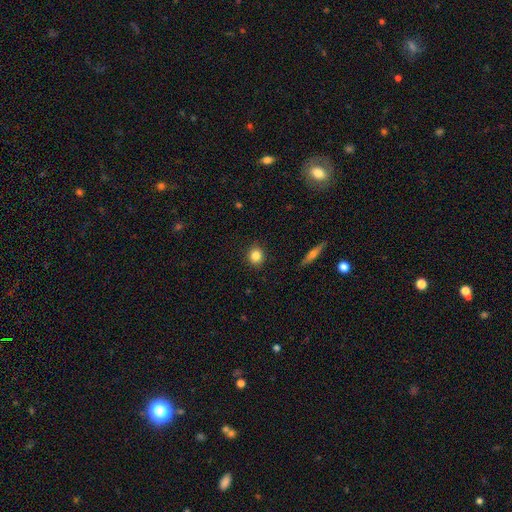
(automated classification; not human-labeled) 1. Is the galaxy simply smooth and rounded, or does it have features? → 84% smooth, 10% star or artifact, 6% featured or disk.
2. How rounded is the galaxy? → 84% round, 15% in between, 1% cigar-shaped.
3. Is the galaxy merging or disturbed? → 90% none, 7% minor disturbance, 2% major disturbance, 1% merger.